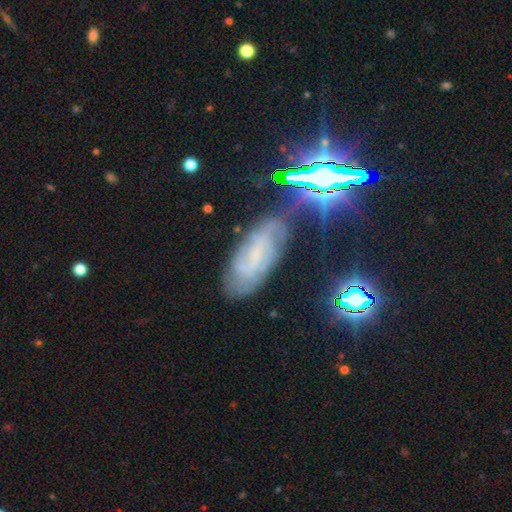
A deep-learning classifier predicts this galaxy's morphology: A featured or disk galaxy (57%) with a weak bar (44%), spiral arms (85%) and a small central bulge (43%).

Vote fractions:
- Smooth or featured? featured or disk: 57% / smooth: 26% / star or artifact: 17%
- Edge-on disk? no: 90% / yes: 10%
- Bar? weak: 44% / no: 37% / strong: 19%
- Spiral arms? yes: 85% / no: 15%
- Bulge size? small: 43% / none: 40% / moderate: 14% / large: 2% / dominant: 1%
- Merging? none: 67% / minor disturbance: 21% / major disturbance: 8% / merger: 4%